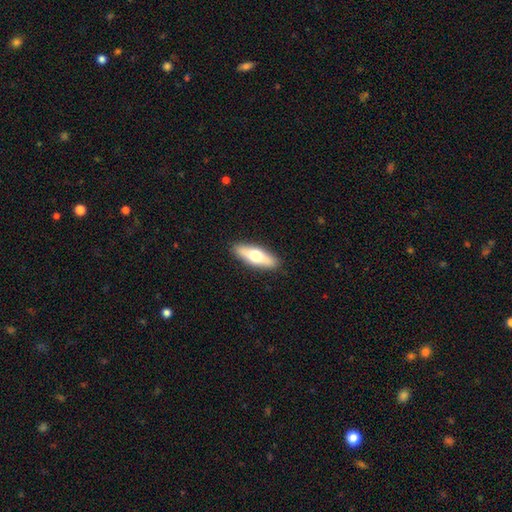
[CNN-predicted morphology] This appears to be a smooth galaxy with no disk features (55%) that is in between round and cigar-shaped (50%). Merging: none (90%).